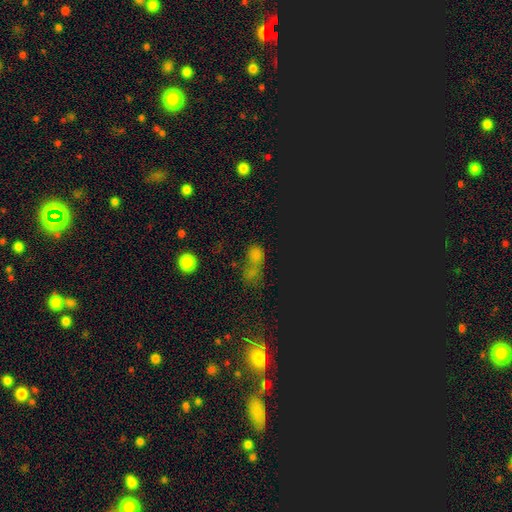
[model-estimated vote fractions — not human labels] This appears to be a smooth galaxy with no disk features (49%). Merging: merger (40%).